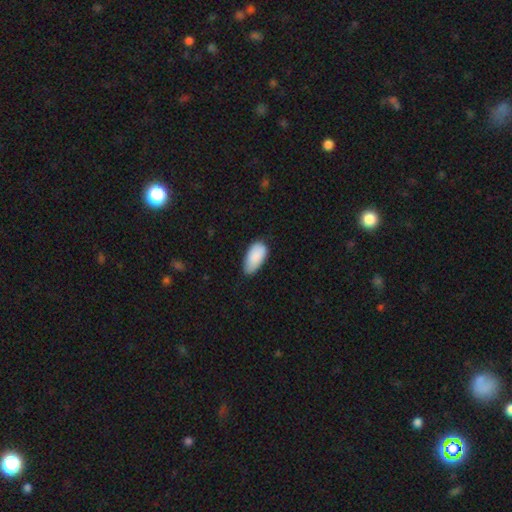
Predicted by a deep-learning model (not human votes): The model was most divided on "merging": none: 60%, minor disturbance: 34%, major disturbance: 5%, merger: 1%. More confident: how rounded — in between (95%); smooth or featured — smooth (88%).